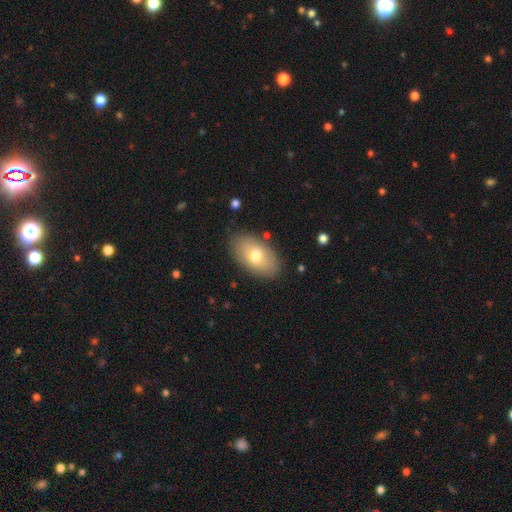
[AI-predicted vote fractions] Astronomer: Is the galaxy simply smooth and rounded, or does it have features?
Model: smooth — 70%.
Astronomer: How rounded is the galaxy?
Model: in between — 92%.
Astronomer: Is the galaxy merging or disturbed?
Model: none — 84%.